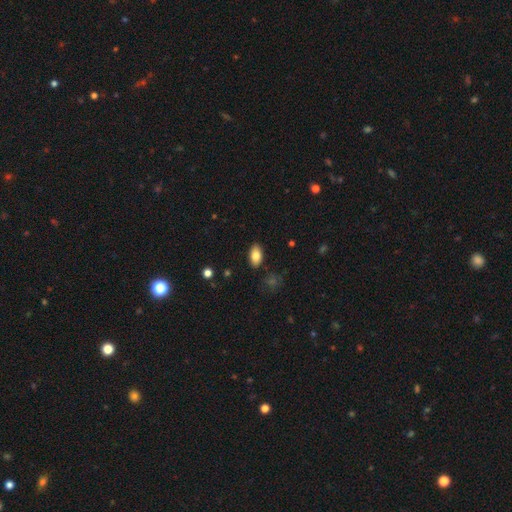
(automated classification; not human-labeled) Smooth or featured?
  - smooth: 83% *
  - featured or disk: 10%
  - star or artifact: 8%
How rounded?
  - in between: 92% *
  - round: 5%
  - cigar-shaped: 3%
Merging?
  - none: 87% *
  - minor disturbance: 10%
  - major disturbance: 2%
  - merger: 1%